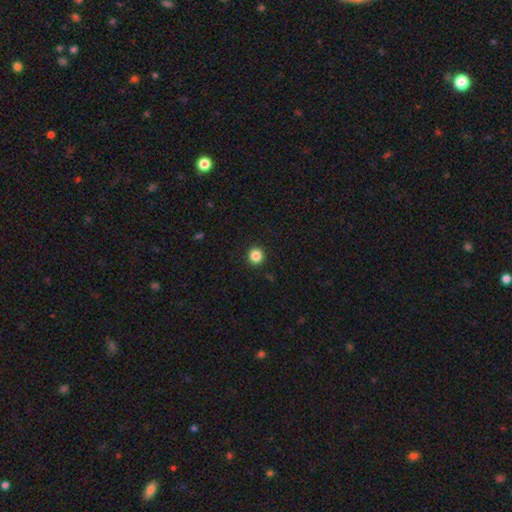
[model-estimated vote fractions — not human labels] Smooth or featured?
  - smooth: 86% *
  - star or artifact: 11%
  - featured or disk: 4%
How rounded?
  - round: 94% *
  - in between: 5%
  - cigar-shaped: 1%
Merging?
  - none: 93% *
  - minor disturbance: 4%
  - major disturbance: 2%
  - merger: 1%